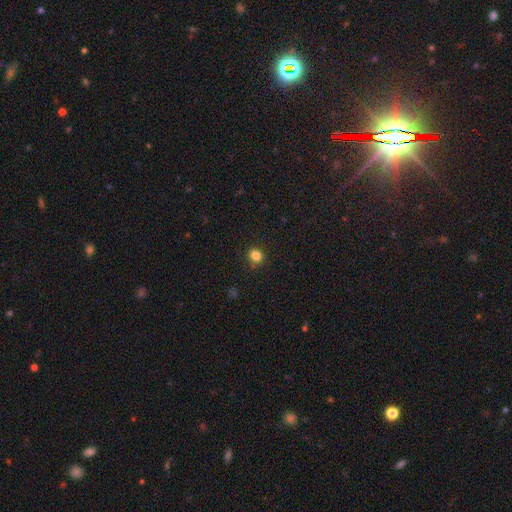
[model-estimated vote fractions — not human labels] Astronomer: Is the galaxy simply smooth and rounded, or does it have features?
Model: smooth — 83%.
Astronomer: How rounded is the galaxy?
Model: round — 74%.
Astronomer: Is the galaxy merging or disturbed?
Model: none — 89%.